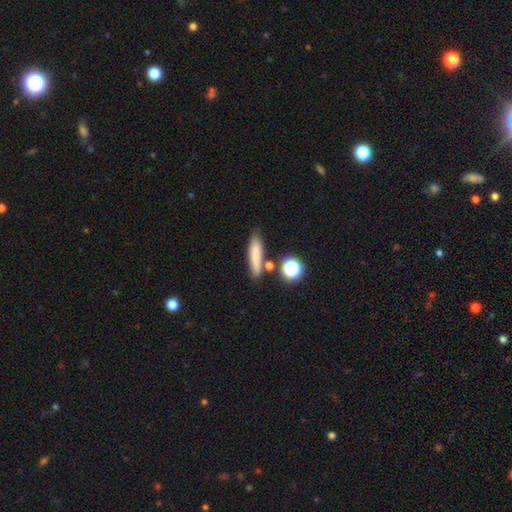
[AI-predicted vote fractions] This is likely a smooth galaxy (76%). How rounded: likely cigar-shaped (71%). Merging: likely none (76%).